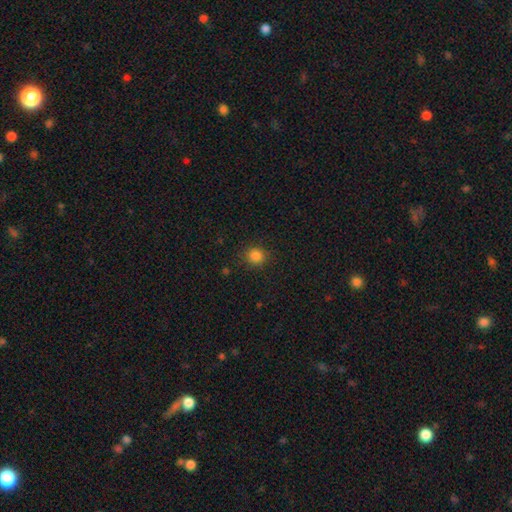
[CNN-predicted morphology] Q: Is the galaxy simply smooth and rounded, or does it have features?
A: smooth — 84%.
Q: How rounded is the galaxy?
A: round — 86%.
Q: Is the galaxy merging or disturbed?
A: none — 87%.